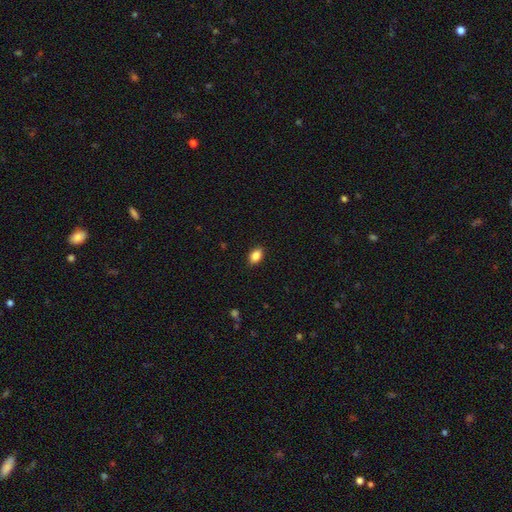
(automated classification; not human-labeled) Q: Smooth or featured?
A: smooth (86%); runner-up: star or artifact (8%)
Q: How rounded?
A: in between (85%); runner-up: round (13%)
Q: Merging?
A: none (89%); runner-up: minor disturbance (8%)